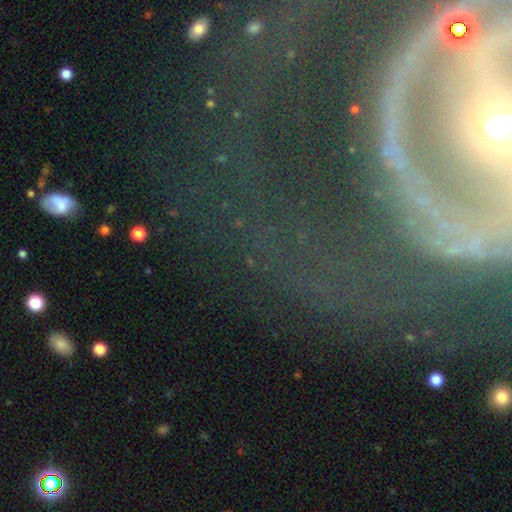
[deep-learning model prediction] Q: Smooth or featured?
A: featured or disk (66%); runner-up: star or artifact (20%)
Q: Edge-on disk?
A: no (88%); runner-up: yes (12%)
Q: Bar?
A: strong (37%); runner-up: no (34%)
Q: Spiral arms?
A: yes (71%); runner-up: no (29%)
Q: Bulge size?
A: small (45%); runner-up: moderate (35%)
Q: Merging?
A: none (54%); runner-up: major disturbance (22%)